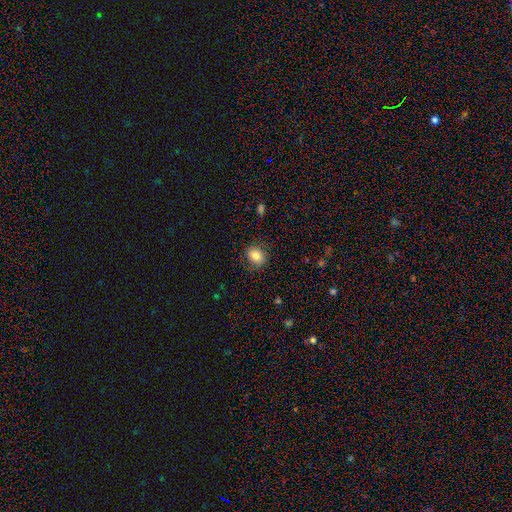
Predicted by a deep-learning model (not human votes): A smooth galaxy with no disk features (81%) that is round (57%). Merging: none (83%).